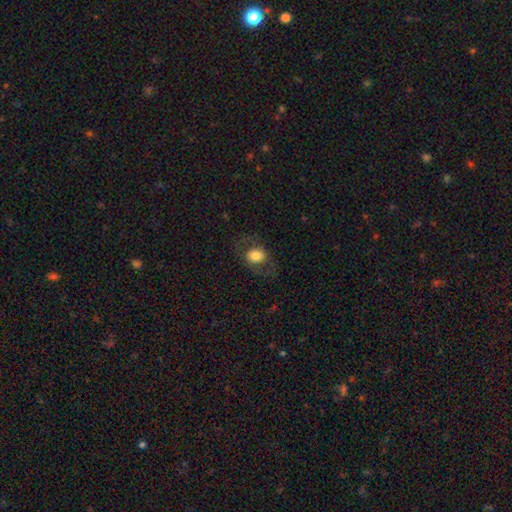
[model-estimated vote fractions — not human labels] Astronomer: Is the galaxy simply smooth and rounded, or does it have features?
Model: smooth — 68%.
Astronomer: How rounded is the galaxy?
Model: in between — 50% (runner-up: round, 48%).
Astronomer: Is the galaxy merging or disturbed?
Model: none — 72%.